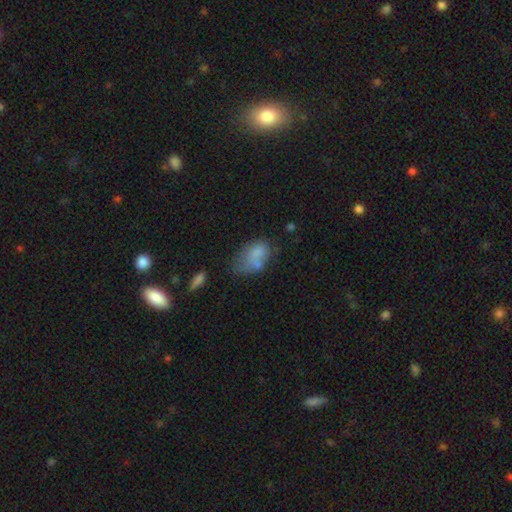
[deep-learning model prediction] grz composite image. It shows a smooth galaxy with no disk features (71%) that is in between round and cigar-shaped (88%). Merging: none (32%).